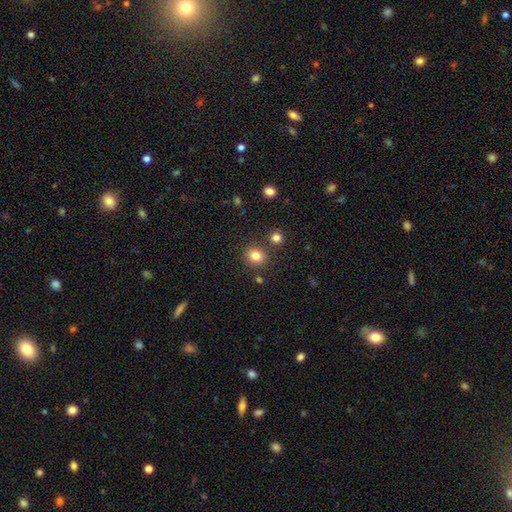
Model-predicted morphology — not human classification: A smooth galaxy with no disk features (82%) that is round (80%).

Vote fractions:
- Smooth or featured? smooth: 82% / star or artifact: 13% / featured or disk: 6%
- How rounded? round: 80% / in between: 19% / cigar-shaped: 1%
- Merging? none: 79% / minor disturbance: 9% / merger: 8% / major disturbance: 3%